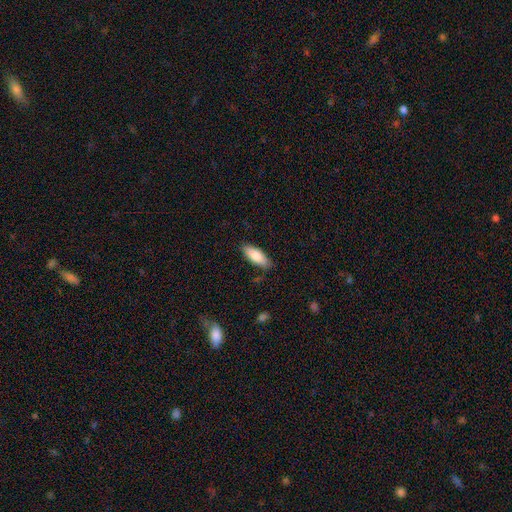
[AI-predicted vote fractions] A smooth galaxy with no disk features (83%) that is in between round and cigar-shaped (74%). Merging: none (82%).